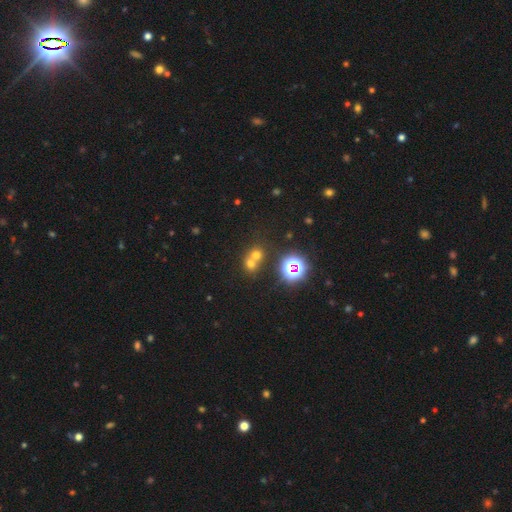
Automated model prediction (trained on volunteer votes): smooth 57%, star or artifact 30%, featured or disk 13%. Down the decision tree: how rounded — round (81%); merging — merger (54%).